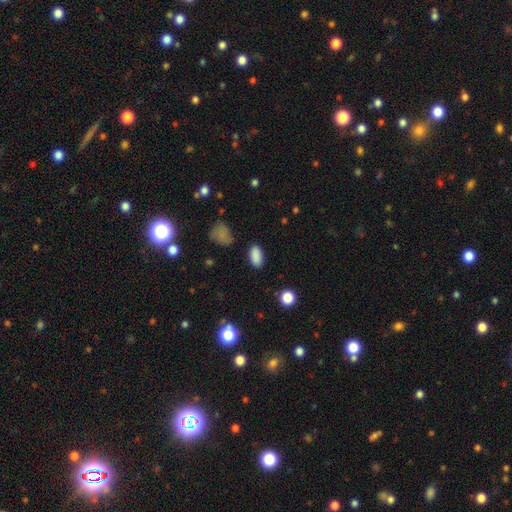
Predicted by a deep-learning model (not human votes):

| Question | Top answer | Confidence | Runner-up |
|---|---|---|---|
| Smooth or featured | smooth | 88% | star or artifact (9%) |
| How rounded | in between | 93% | round (4%) |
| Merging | none | 87% | minor disturbance (9%) |